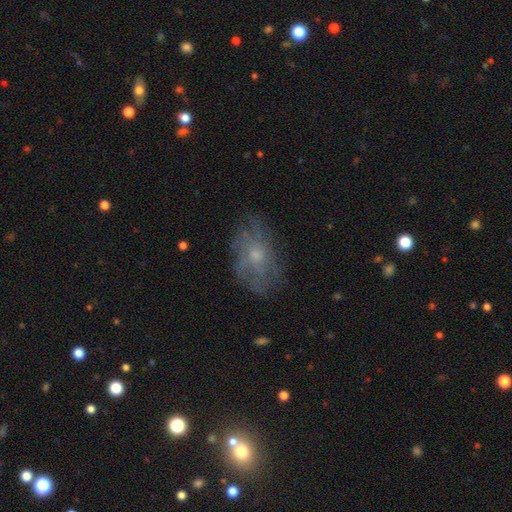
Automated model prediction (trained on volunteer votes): Smooth or featured? Predicted: featured or disk (p=0.49). Merging? Predicted: none (p=0.66).